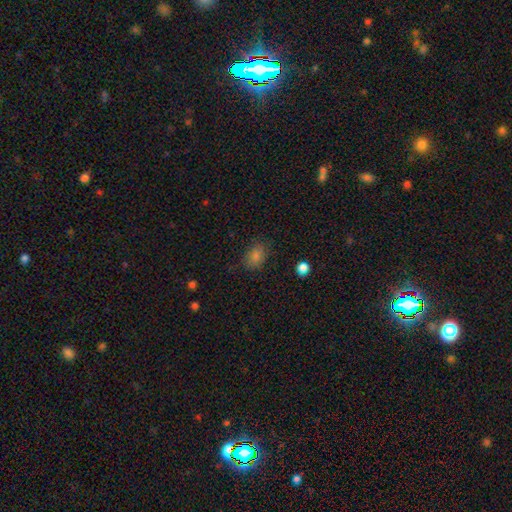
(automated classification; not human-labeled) Q: Smooth or featured?
A: smooth (77%); runner-up: star or artifact (16%)
Q: How rounded?
A: in between (75%); runner-up: round (24%)
Q: Merging?
A: none (82%); runner-up: minor disturbance (13%)